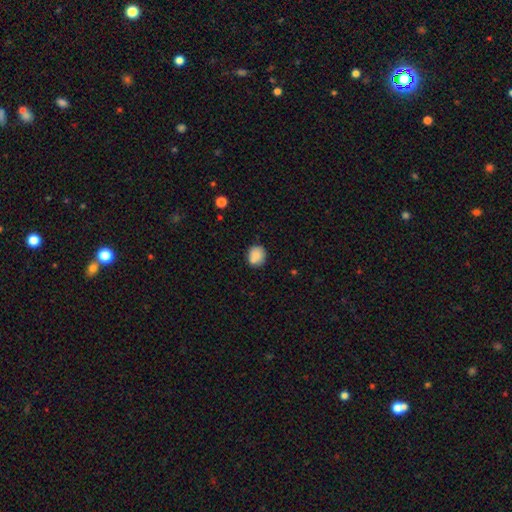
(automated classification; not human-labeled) The model was most divided on "how rounded": round: 76%, in between: 23%, cigar-shaped: 1%. More confident: smooth or featured — smooth (83%); merging — none (71%).